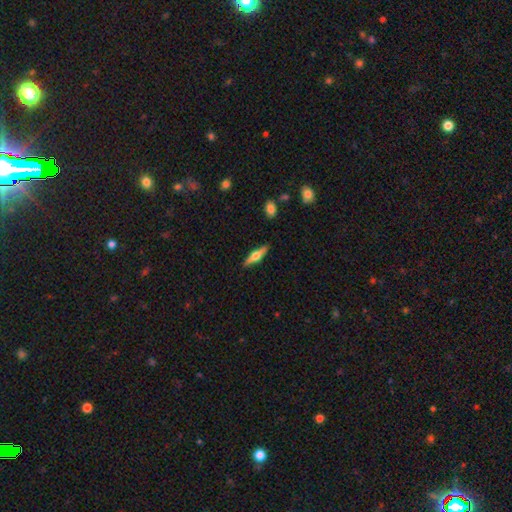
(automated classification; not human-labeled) A featured or disk galaxy (61%) viewed edge-on (96%) with a rounded central bulge (93%).

Vote fractions:
- Smooth or featured? featured or disk: 61% / smooth: 33% / star or artifact: 6%
- Edge-on disk? yes: 96% / no: 4%
- Edge-on bulge? rounded: 93% / boxy: 5% / none: 2%
- Merging? none: 88% / minor disturbance: 8% / major disturbance: 2% / merger: 1%